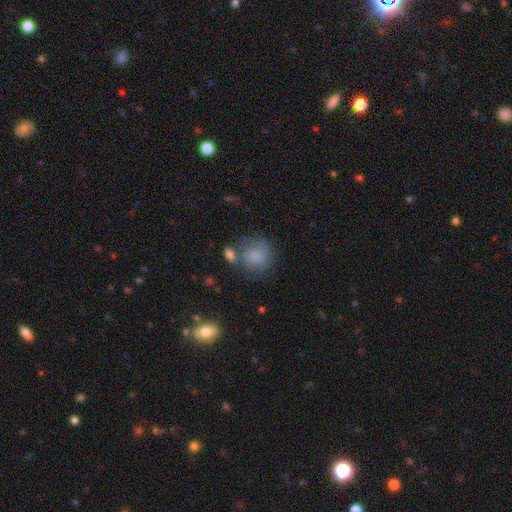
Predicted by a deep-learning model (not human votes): The model was most divided on "merging": none: 52%, minor disturbance: 22%, merger: 14%, major disturbance: 12%. More confident: how rounded — round (81%); smooth or featured — smooth (78%).